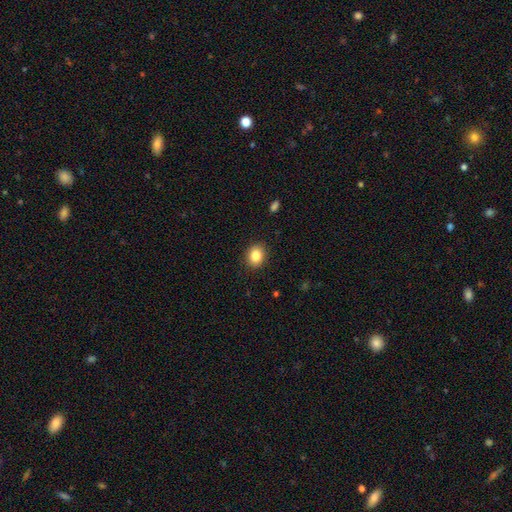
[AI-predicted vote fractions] A smooth galaxy with no disk features (85%) that is round (56%).

Vote fractions:
- Smooth or featured? smooth: 85% / star or artifact: 9% / featured or disk: 6%
- How rounded? round: 56% / in between: 43% / cigar-shaped: 1%
- Merging? none: 89% / minor disturbance: 7% / major disturbance: 2% / merger: 1%